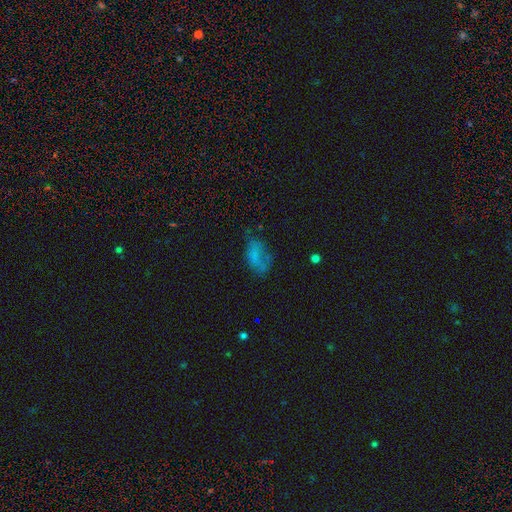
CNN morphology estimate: Smooth or featured: smooth — 63% (featured or disk — 21%)
How rounded: in between — 89% (round — 7%)
Merging: none — 44% (minor disturbance — 29%)